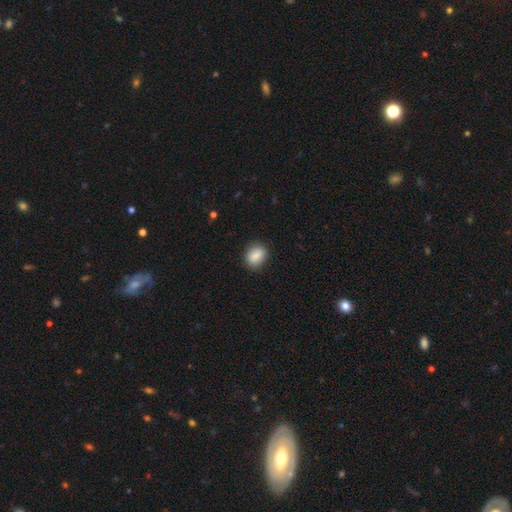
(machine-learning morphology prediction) Overall: smooth (86%). How rounded: in between (64%; round 35%). Merging: none (85%).